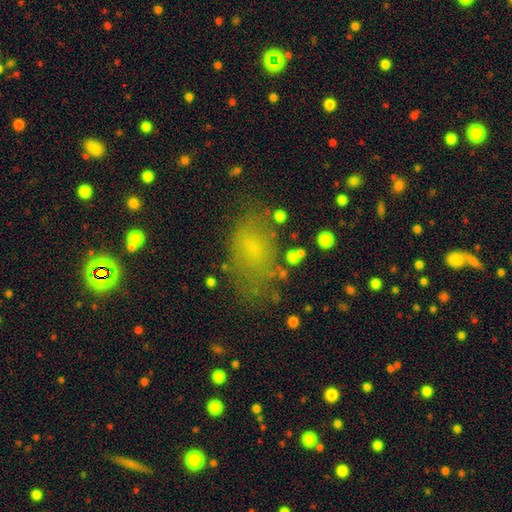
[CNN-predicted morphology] type=smooth (64%); roundness=in between (84%); merging=none (62%).